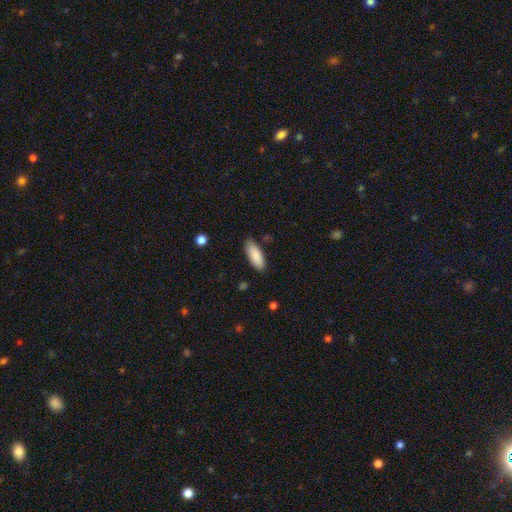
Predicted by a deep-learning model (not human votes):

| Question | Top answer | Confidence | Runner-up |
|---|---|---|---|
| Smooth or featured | smooth | 87% | featured or disk (7%) |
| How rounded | in between | 74% | cigar-shaped (25%) |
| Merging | none | 83% | minor disturbance (13%) |